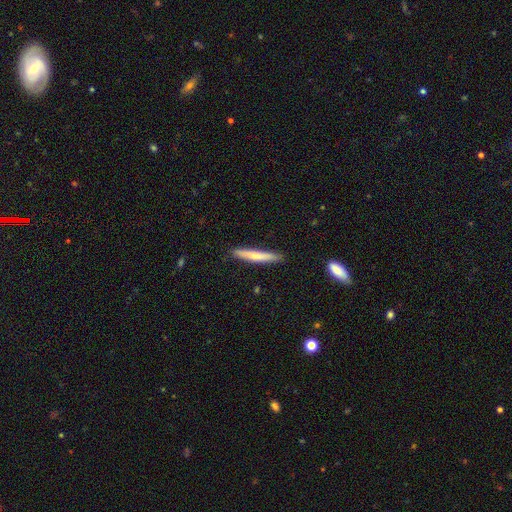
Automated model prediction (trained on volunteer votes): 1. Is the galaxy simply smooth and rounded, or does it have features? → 65% smooth, 30% featured or disk, 6% star or artifact.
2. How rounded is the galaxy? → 94% cigar-shaped, 5% in between, 1% round.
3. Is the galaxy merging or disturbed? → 87% none, 9% minor disturbance, 2% major disturbance, 1% merger.